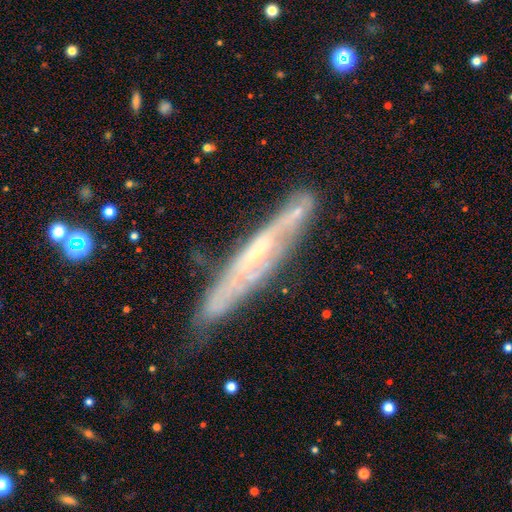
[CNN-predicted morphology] smooth-or-featured: featured or disk: 73% | smooth: 19% | star or artifact: 8%
  disk-edge-on: yes: 69% | no: 31%
    edge-on-bulge: none: 63% | rounded: 30% | boxy: 7%
  merging: none: 72% | minor disturbance: 20% | major disturbance: 5% | merger: 2%